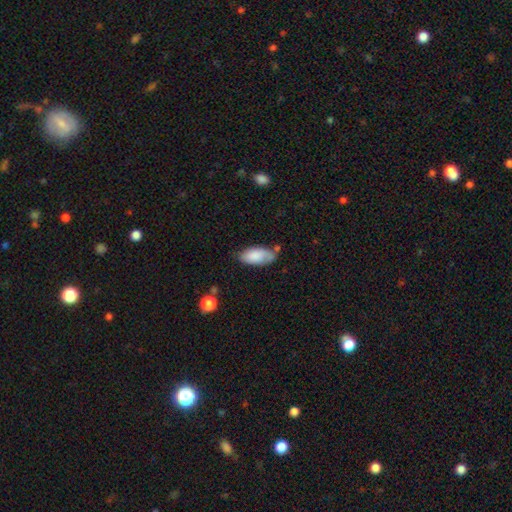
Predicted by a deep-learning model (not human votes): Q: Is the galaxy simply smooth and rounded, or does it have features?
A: smooth — 81%.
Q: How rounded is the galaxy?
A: in between — 91%.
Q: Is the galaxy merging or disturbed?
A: none — 61%.